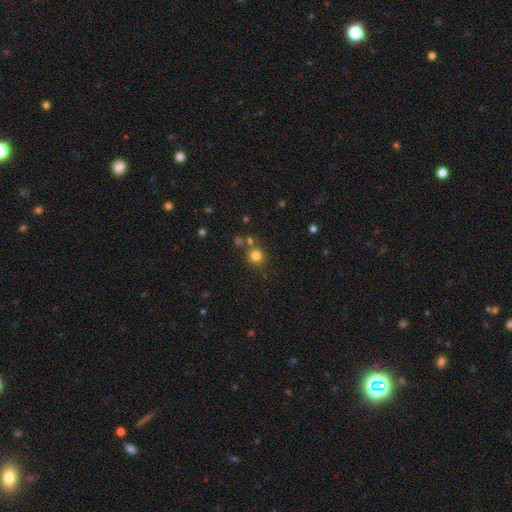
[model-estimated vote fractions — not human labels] smooth_or_featured: smooth (p=0.79) [alt: star or artifact p=0.14]
how_rounded: round (p=0.90) [alt: in between p=0.09]
merging: none (p=0.74) [alt: merger p=0.13]